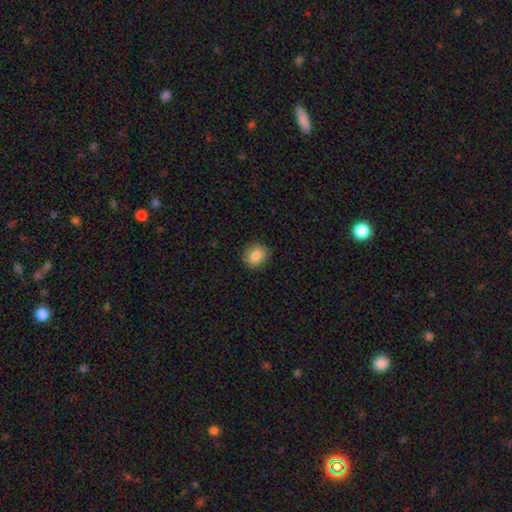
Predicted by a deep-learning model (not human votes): Smooth or featured: smooth — 83% (star or artifact — 9%)
How rounded: round — 71% (in between — 28%)
Merging: none — 89% (minor disturbance — 8%)